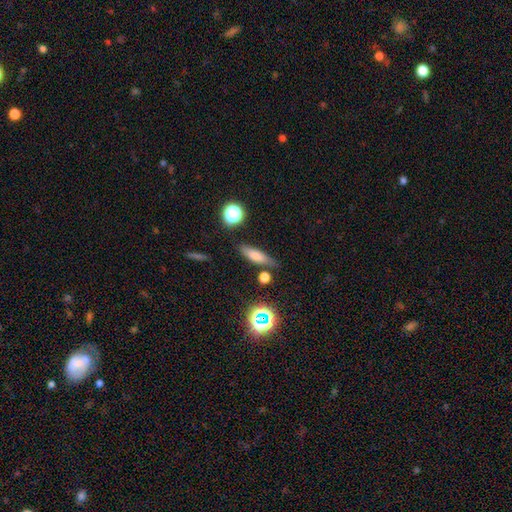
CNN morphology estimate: A smooth galaxy with no disk features (70%) that is cigar-shaped (54%).

Vote fractions:
- Smooth or featured? smooth: 70% / featured or disk: 18% / star or artifact: 12%
- How rounded? cigar-shaped: 54% / in between: 41% / round: 5%
- Merging? none: 75% / minor disturbance: 16% / merger: 5% / major disturbance: 4%